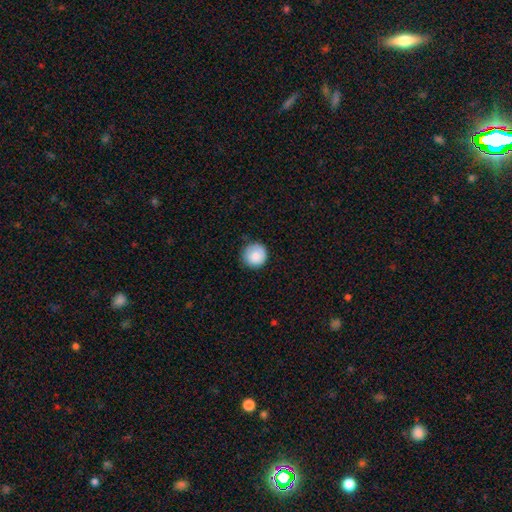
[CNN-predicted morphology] A smooth galaxy with no disk features (86%) that is round (95%). Merging: none (84%).